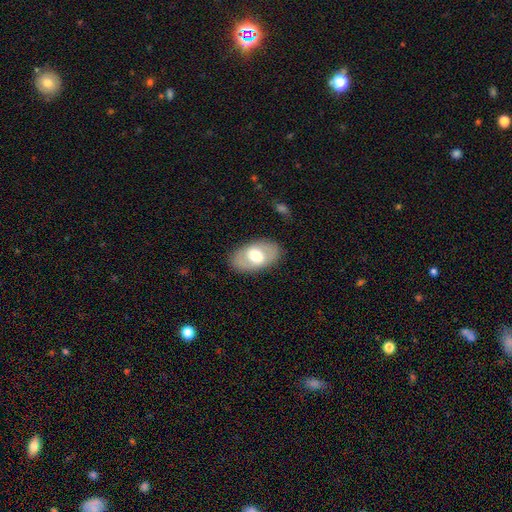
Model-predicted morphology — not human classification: Smooth or featured? smooth (54%)
How rounded? in between (92%)
Merging? none (84%)